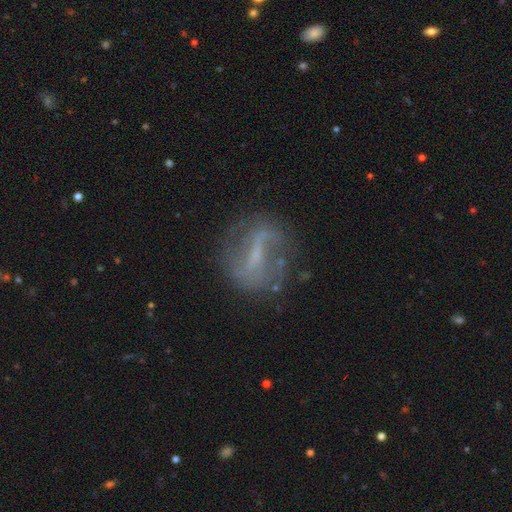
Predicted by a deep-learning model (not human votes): A featured or disk galaxy (71%) with a strong bar (45%), spiral arms (73%) and a small central bulge (50%). Merging: none (72%).